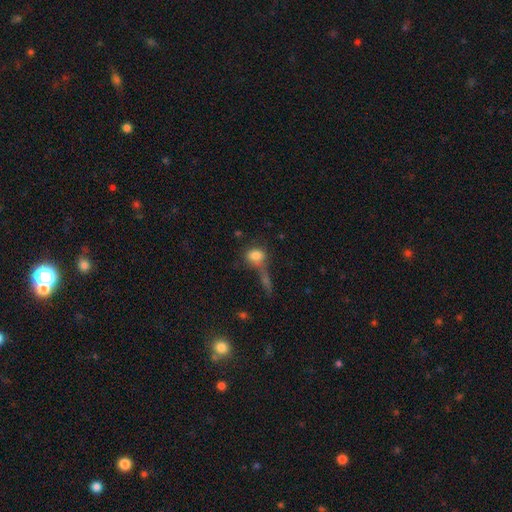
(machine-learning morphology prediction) smooth-or-featured: smooth: 78% | featured or disk: 12% | star or artifact: 10%
  how-rounded: in between: 57% | round: 39% | cigar-shaped: 4%
  merging: none: 37% | merger: 33% | minor disturbance: 15% | major disturbance: 15%